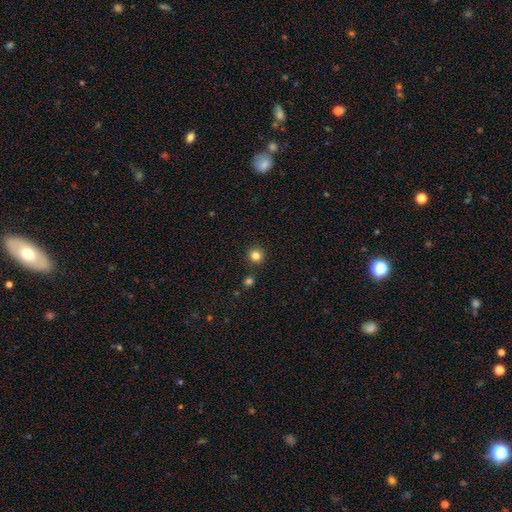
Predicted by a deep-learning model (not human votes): Morphology: type=smooth (83%); roundness=round (94%); merging=none (89%).